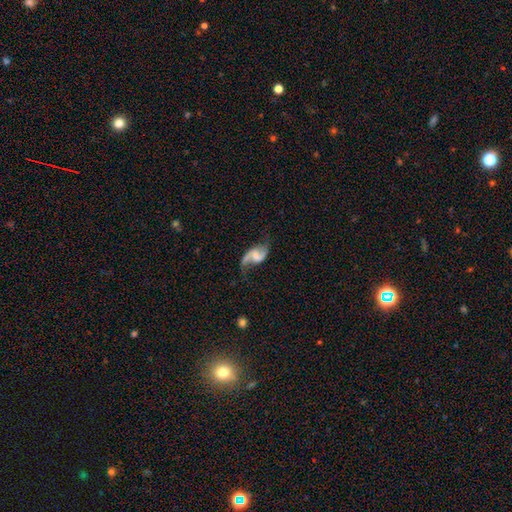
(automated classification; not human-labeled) smooth_or_featured: featured or disk (p=0.87) [alt: smooth p=0.07]
disk_edge_on: no (p=0.98) [alt: yes p=0.02]
bar: weak (p=0.49) [alt: no p=0.28]
has_spiral_arms: yes (p=0.96) [alt: no p=0.04]
spiral_winding: loose (p=0.77) [alt: medium p=0.19]
spiral_arm_count: 2 (p=0.93) [alt: 1 p=0.03]
bulge_size: none (p=0.39) [alt: small p=0.30]
merging: none (p=0.71) [alt: minor disturbance p=0.16]